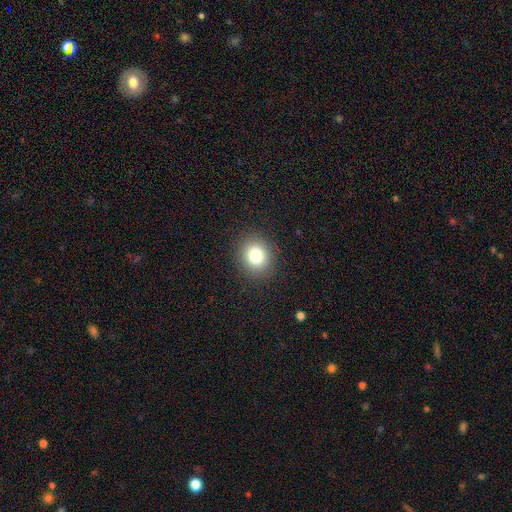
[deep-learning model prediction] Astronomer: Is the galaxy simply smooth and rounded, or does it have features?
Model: smooth — 81%.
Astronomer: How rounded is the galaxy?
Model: round — 74%.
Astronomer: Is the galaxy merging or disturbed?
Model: none — 90%.